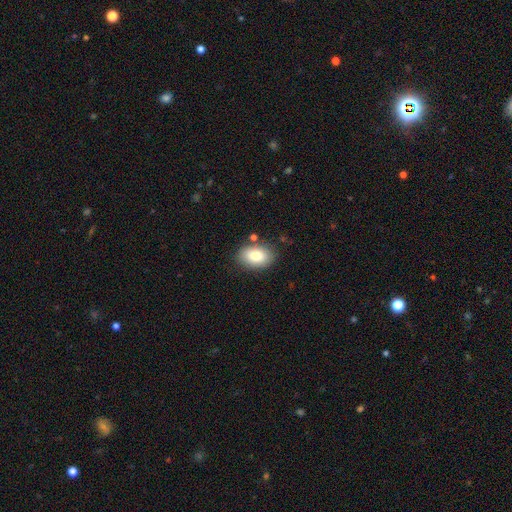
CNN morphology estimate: This is likely a smooth galaxy (79%). How rounded: clearly in between (83%). Merging: clearly none (82%).